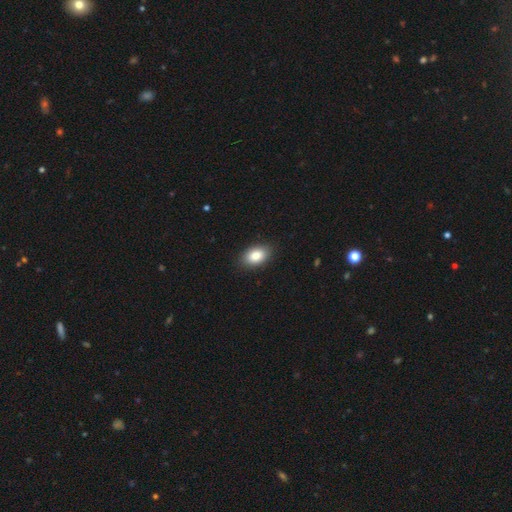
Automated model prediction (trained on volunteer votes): Q: Smooth or featured?
A: smooth (86%); runner-up: star or artifact (7%)
Q: How rounded?
A: in between (88%); runner-up: round (10%)
Q: Merging?
A: none (88%); runner-up: minor disturbance (9%)